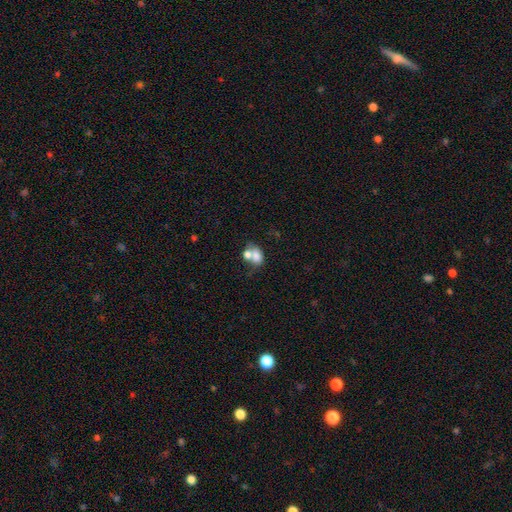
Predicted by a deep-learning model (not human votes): Q: Smooth or featured?
A: smooth (71%); runner-up: featured or disk (19%)
Q: How rounded?
A: in between (71%); runner-up: round (28%)
Q: Merging?
A: merger (57%); runner-up: none (25%)